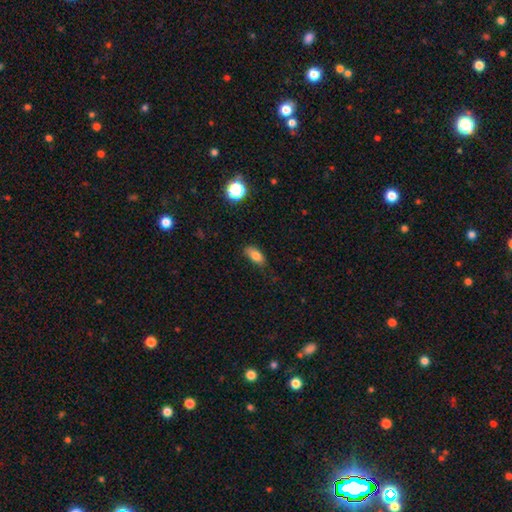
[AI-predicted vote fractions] Morphology: type=smooth (80%); roundness=in between (84%); merging=none (68%).